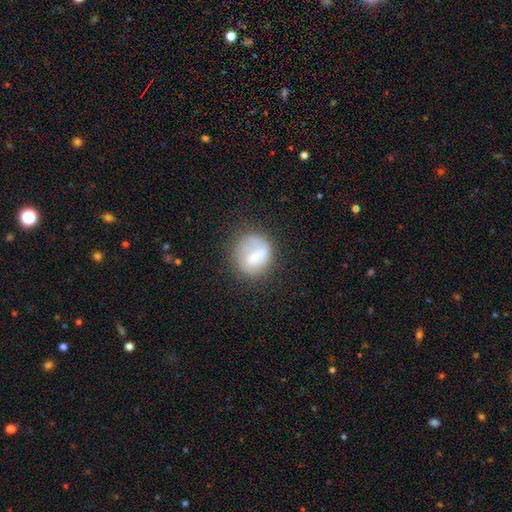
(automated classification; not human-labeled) smooth_or_featured: smooth (p=0.55) [alt: featured or disk p=0.37]
how_rounded: round (p=0.75) [alt: in between p=0.23]
merging: none (p=0.56) [alt: minor disturbance p=0.23]